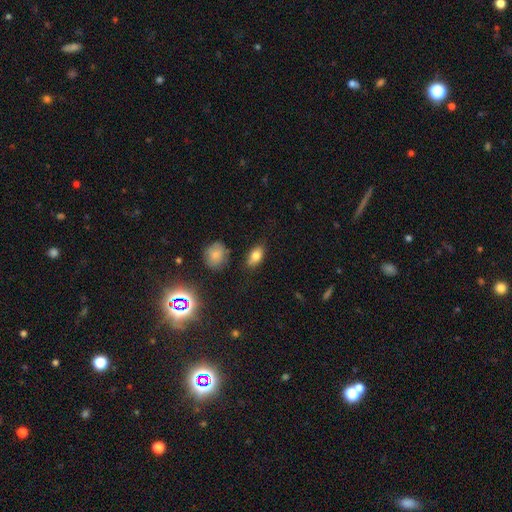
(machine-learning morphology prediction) Smooth or featured? smooth (79%)
How rounded? in between (86%)
Merging? none (77%)